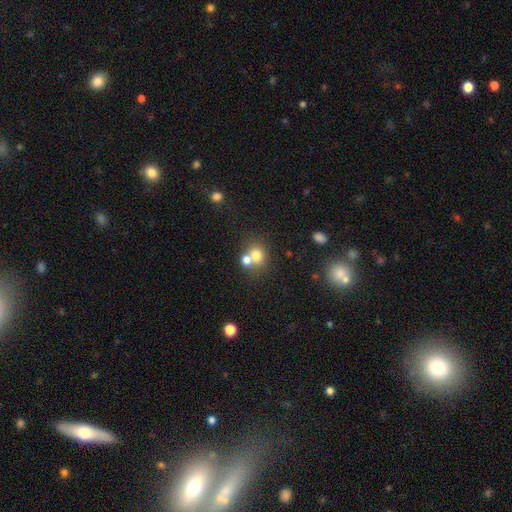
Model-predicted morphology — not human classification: The model was most divided on "merging": merger: 45%, none: 44%, minor disturbance: 8%, major disturbance: 4%. More confident: smooth or featured — smooth (73%); how rounded — round (69%).